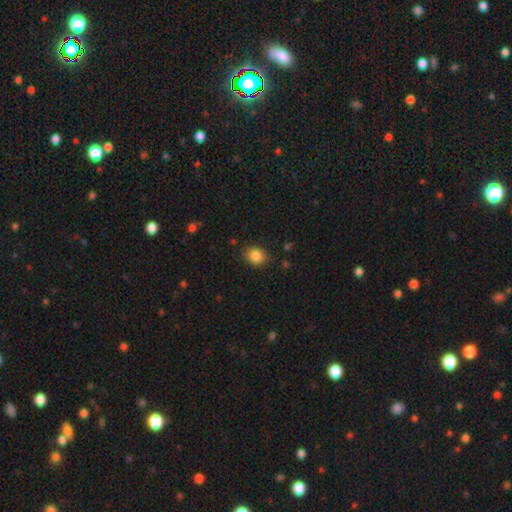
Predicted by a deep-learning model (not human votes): smooth_or_featured: smooth (p=0.86) [alt: star or artifact p=0.10]
how_rounded: round (p=0.53) [alt: in between p=0.46]
merging: none (p=0.86) [alt: minor disturbance p=0.10]